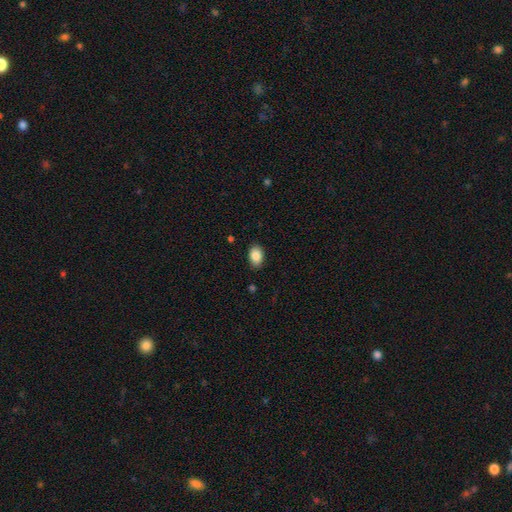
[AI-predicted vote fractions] Smooth or featured? Predicted: smooth (p=0.88). How rounded? Predicted: in between (p=0.85). Merging? Predicted: none (p=0.86).